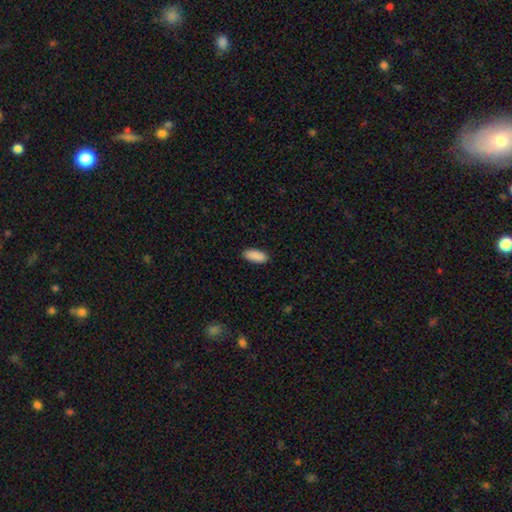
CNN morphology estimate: Smooth or featured? smooth (91%)
How rounded? in between (86%)
Merging? none (89%)